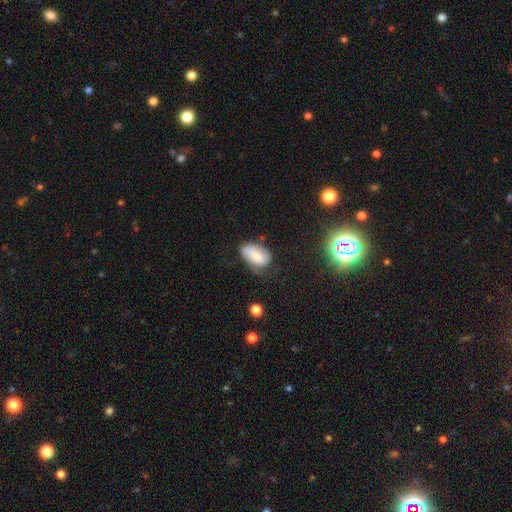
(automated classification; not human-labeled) Overall: smooth (67%). How rounded: in between (91%). Merging: none (48%; minor disturbance 35%).